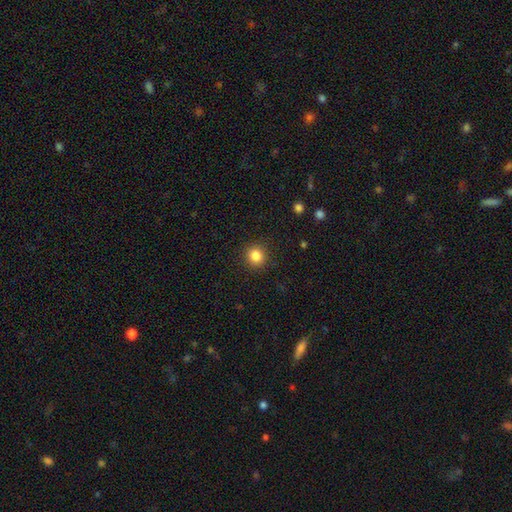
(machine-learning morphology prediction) type=smooth (84%); roundness=round (93%); merging=none (91%).